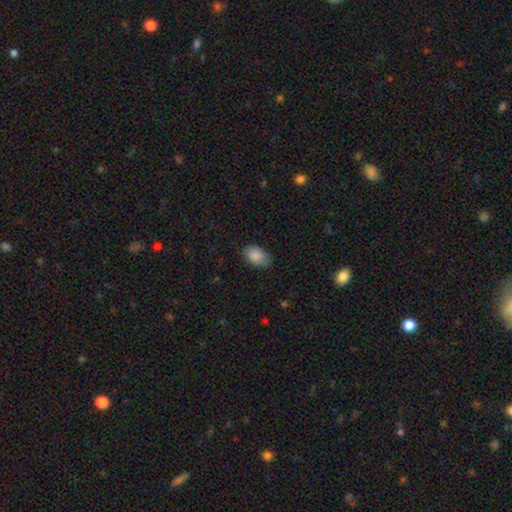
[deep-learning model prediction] Morphology: type=smooth (89%); roundness=in between (88%); merging=none (80%).